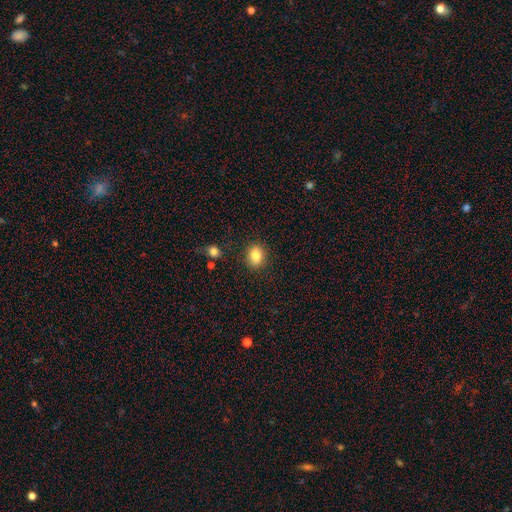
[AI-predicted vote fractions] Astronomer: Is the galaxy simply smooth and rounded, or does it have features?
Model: smooth — 83%.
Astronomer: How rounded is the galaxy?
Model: round — 52% (runner-up: in between, 47%).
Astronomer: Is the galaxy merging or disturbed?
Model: none — 86%.